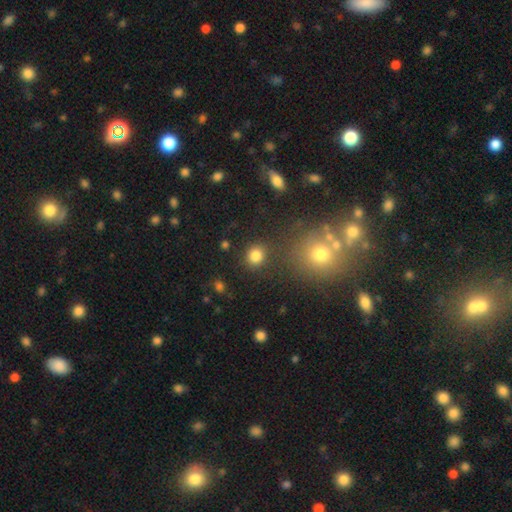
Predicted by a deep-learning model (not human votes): Q: Smooth or featured?
A: smooth (82%); runner-up: star or artifact (13%)
Q: How rounded?
A: round (81%); runner-up: in between (18%)
Q: Merging?
A: none (83%); runner-up: minor disturbance (8%)